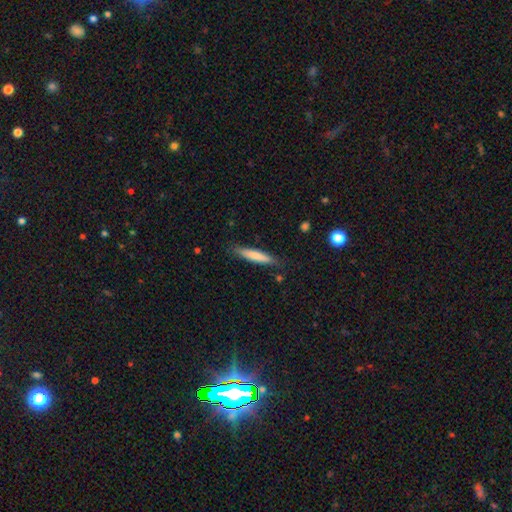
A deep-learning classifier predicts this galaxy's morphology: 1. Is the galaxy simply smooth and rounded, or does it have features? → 73% smooth, 21% featured or disk, 6% star or artifact.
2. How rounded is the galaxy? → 89% cigar-shaped, 9% in between, 1% round.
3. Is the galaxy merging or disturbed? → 83% none, 13% minor disturbance, 2% major disturbance, 2% merger.